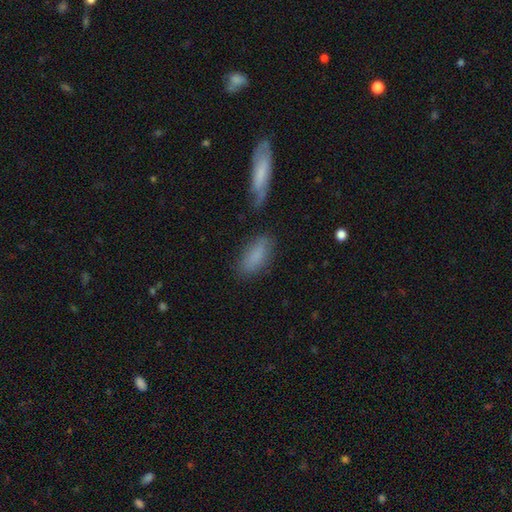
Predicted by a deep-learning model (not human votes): A smooth galaxy with no disk features (83%) that is in between round and cigar-shaped (81%). Merging: none (70%).